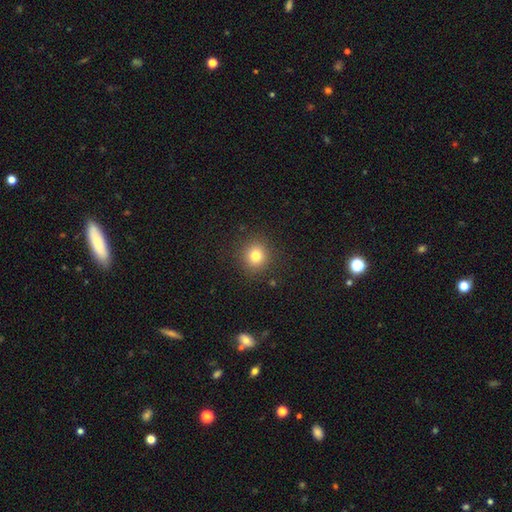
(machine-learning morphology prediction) A smooth galaxy with no disk features (79%) that is round (91%). Merging: none (90%).